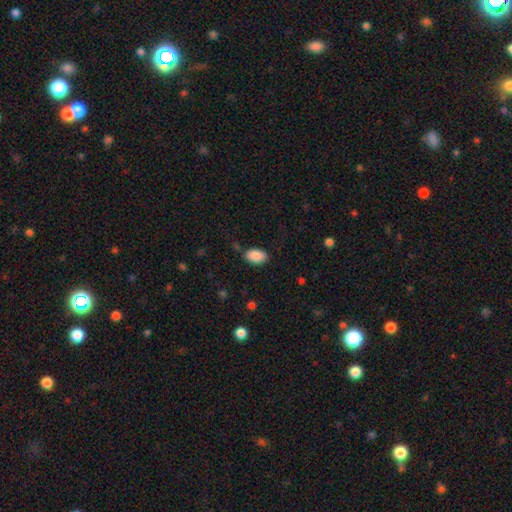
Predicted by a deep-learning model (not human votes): This is clearly a smooth galaxy (88%). How rounded: clearly in between (92%). Merging: clearly none (81%).